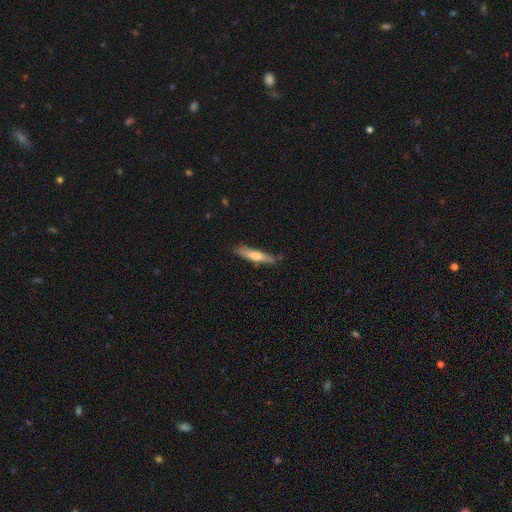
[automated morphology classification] A smooth galaxy with no disk features (64%) that is cigar-shaped (86%). Merging: none (79%).